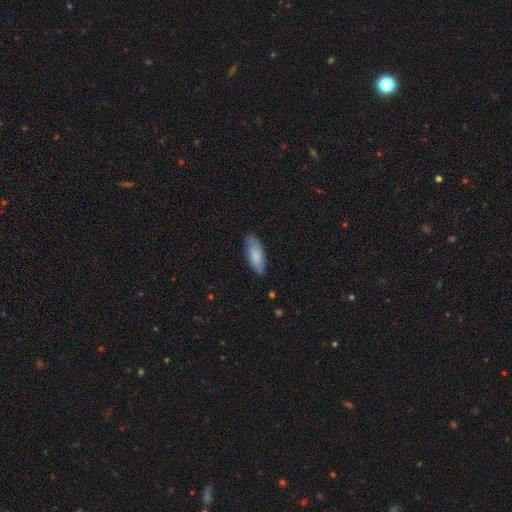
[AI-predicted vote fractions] Morphology: type=smooth (81%); roundness=in between (75%); merging=none (80%).